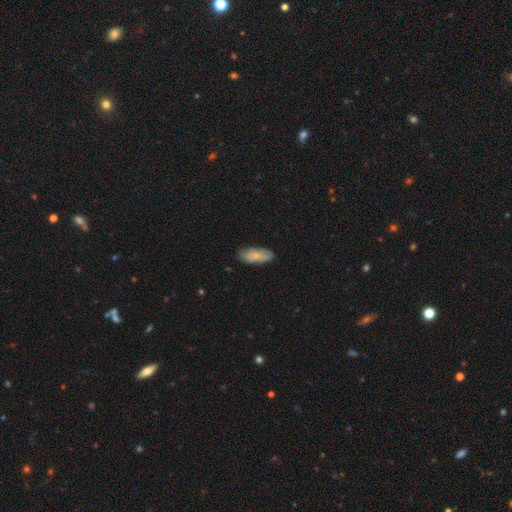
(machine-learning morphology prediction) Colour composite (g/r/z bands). It shows a smooth galaxy with no disk features (76%) that is in between round and cigar-shaped (79%). Merging: none (78%).